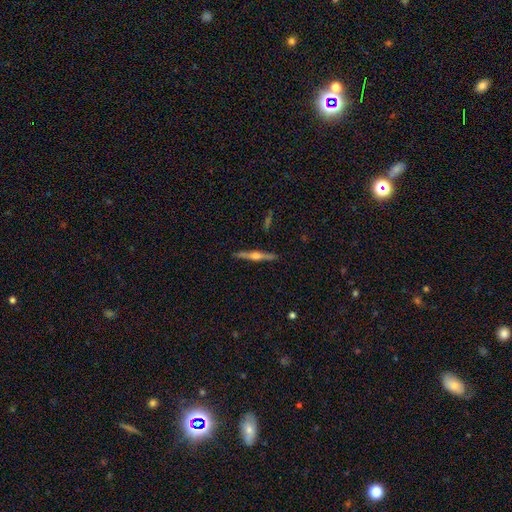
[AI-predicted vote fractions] Smooth or featured?
  - featured or disk: 74% *
  - smooth: 20%
  - star or artifact: 6%
Edge-on disk?
  - yes: 98% *
  - no: 2%
Edge-on bulge?
  - rounded: 91% *
  - boxy: 6%
  - none: 3%
Merging?
  - none: 89% *
  - minor disturbance: 8%
  - major disturbance: 2%
  - merger: 1%